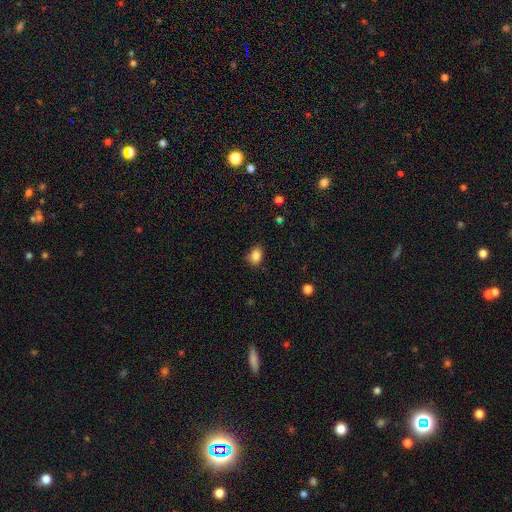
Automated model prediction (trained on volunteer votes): Smooth or featured?
  - smooth: 86% *
  - star or artifact: 10%
  - featured or disk: 4%
How rounded?
  - in between: 60% *
  - round: 39%
  - cigar-shaped: 1%
Merging?
  - none: 74% *
  - minor disturbance: 21%
  - major disturbance: 4%
  - merger: 2%